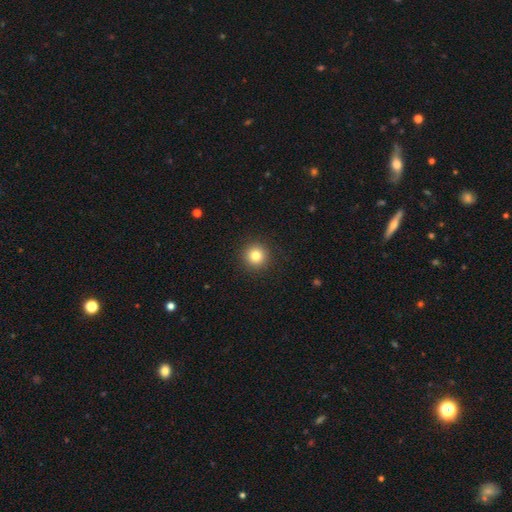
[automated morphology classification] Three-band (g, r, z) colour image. It shows a smooth galaxy with no disk features (81%) that is round (95%). Merging: none (92%).